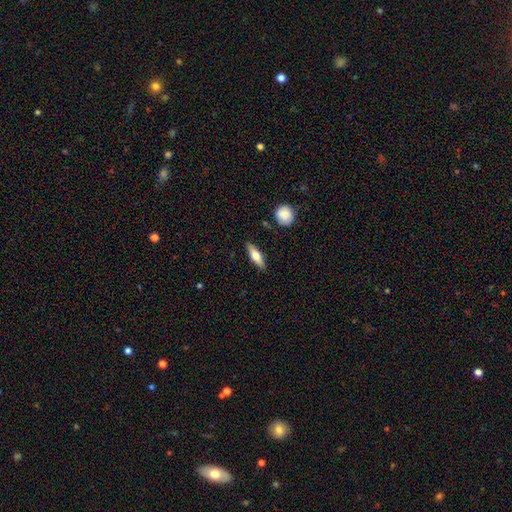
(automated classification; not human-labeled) Overall: smooth (57%; featured or disk 37%). How rounded: cigar-shaped (55%; in between 42%). Merging: none (87%).